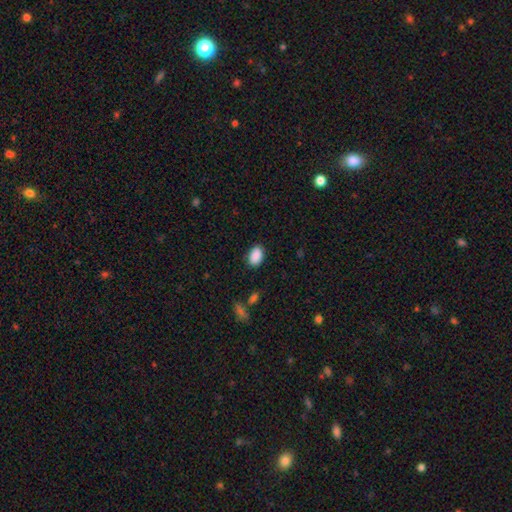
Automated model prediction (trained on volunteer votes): This is clearly a smooth galaxy (89%). How rounded: clearly in between (88%). Merging: clearly none (84%).